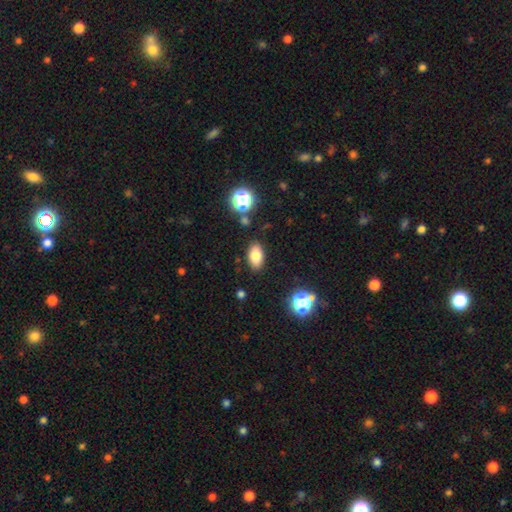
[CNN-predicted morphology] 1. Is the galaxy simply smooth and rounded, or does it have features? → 81% smooth, 11% star or artifact, 9% featured or disk.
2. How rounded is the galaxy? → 90% in between, 6% round, 3% cigar-shaped.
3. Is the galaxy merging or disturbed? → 86% none, 9% minor disturbance, 3% major disturbance, 2% merger.